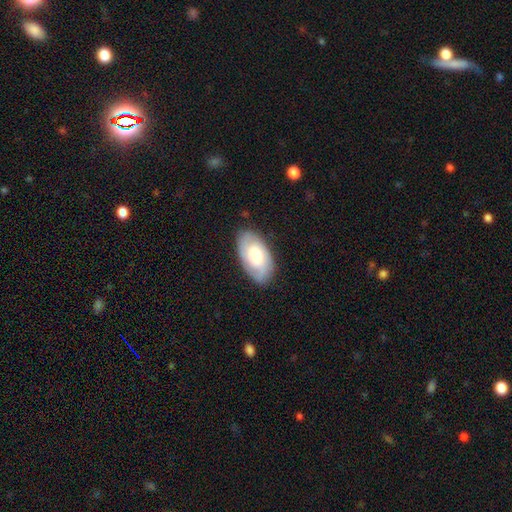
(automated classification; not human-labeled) The model was most divided on "smooth or featured": smooth: 48%, featured or disk: 46%, star or artifact: 6%. More confident: merging — none (81%).